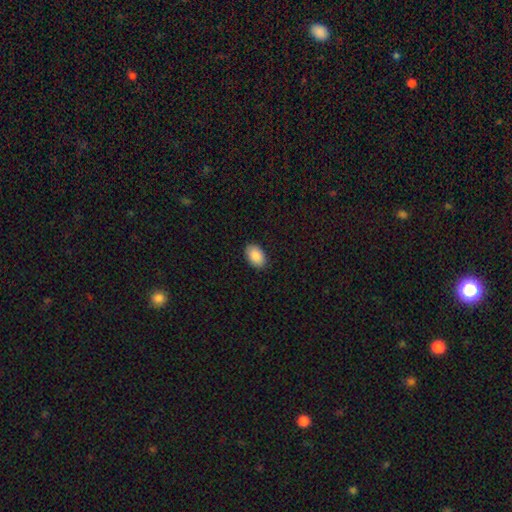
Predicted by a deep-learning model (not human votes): The model was most divided on "merging": none: 90%, minor disturbance: 8%, major disturbance: 2%, merger: 1%. More confident: how rounded — in between (90%); smooth or featured — smooth (90%).